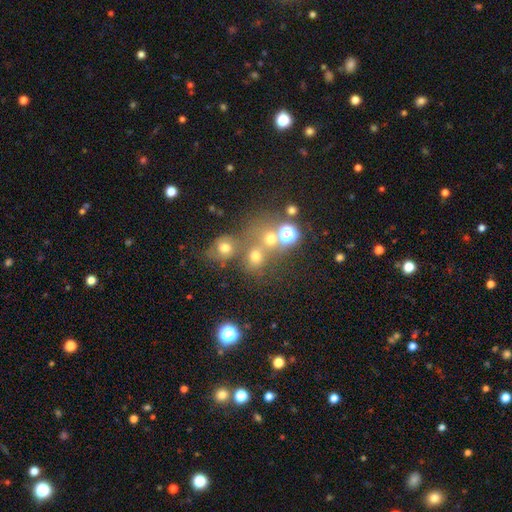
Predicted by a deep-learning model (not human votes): Overall: smooth (61%; star or artifact 26%). How rounded: round (78%). Merging: none (49%; merger 36%).